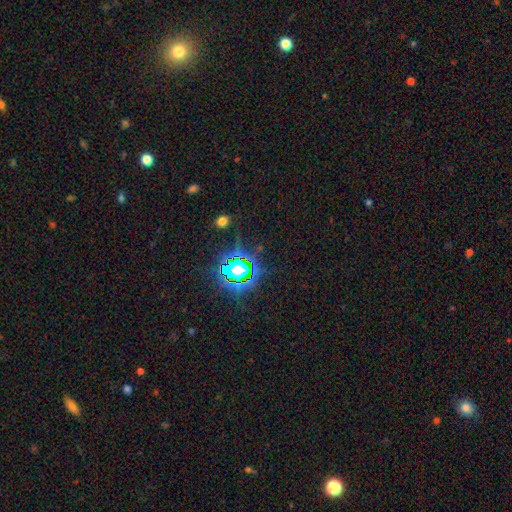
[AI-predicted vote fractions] Smooth or featured? star or artifact (82%)